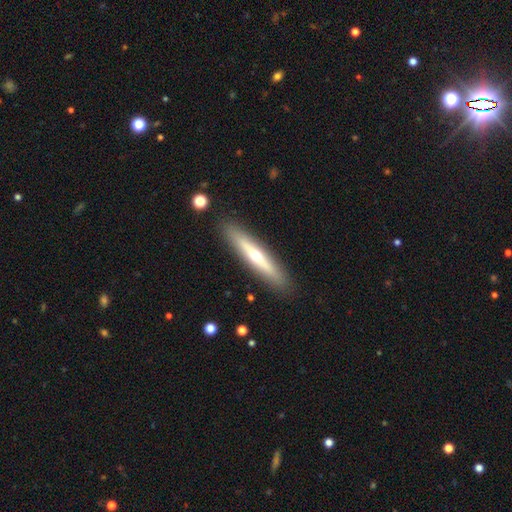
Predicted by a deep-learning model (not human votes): Q: Smooth or featured?
A: featured or disk (58%); runner-up: smooth (36%)
Q: Edge-on disk?
A: yes (90%); runner-up: no (10%)
Q: Edge-on bulge?
A: rounded (85%); runner-up: none (13%)
Q: Merging?
A: none (90%); runner-up: minor disturbance (7%)